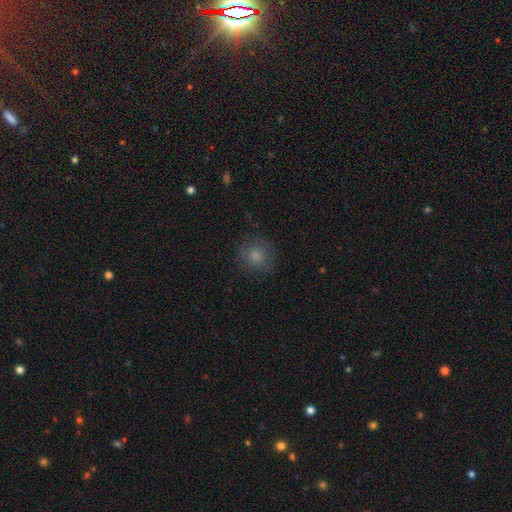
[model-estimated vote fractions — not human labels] Overall: smooth (79%). How rounded: round (89%). Merging: none (83%).